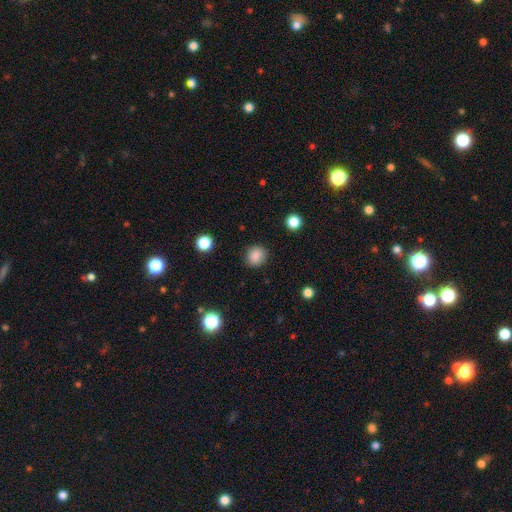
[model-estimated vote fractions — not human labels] Smooth or featured? smooth (86%)
How rounded? round (85%)
Merging? none (88%)